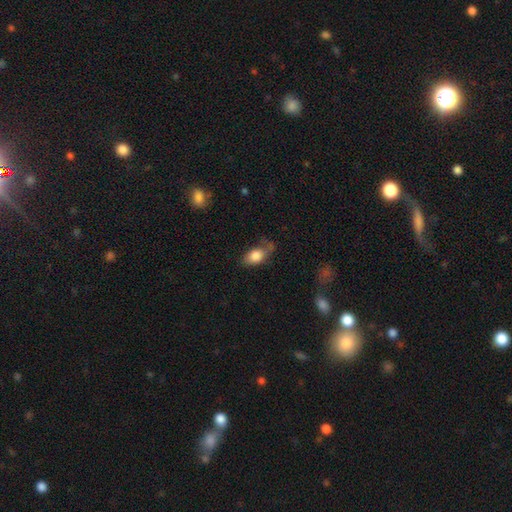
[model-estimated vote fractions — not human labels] Smooth or featured: smooth — 77% (featured or disk — 16%)
How rounded: in between — 85% (round — 12%)
Merging: none — 40% (minor disturbance — 33%)